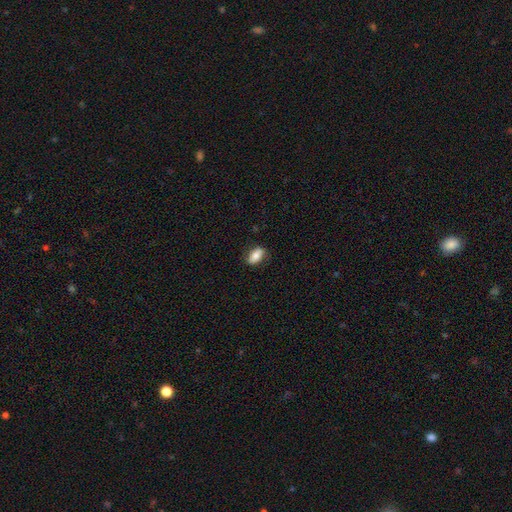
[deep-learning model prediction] Morphology: type=smooth (74%); roundness=in between (88%); merging=none (78%).